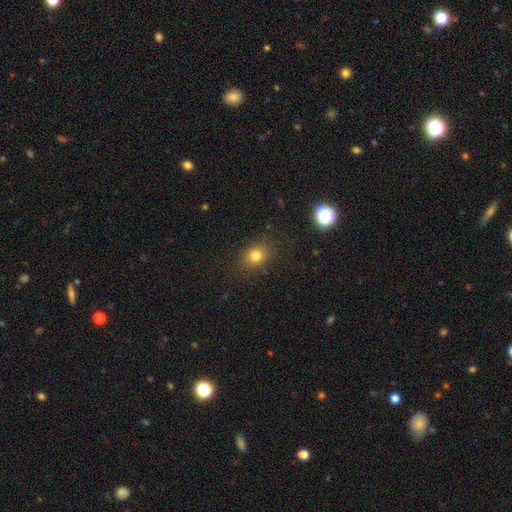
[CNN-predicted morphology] Q: Smooth or featured?
A: smooth (78%); runner-up: star or artifact (15%)
Q: How rounded?
A: round (51%); runner-up: in between (48%)
Q: Merging?
A: none (82%); runner-up: minor disturbance (13%)